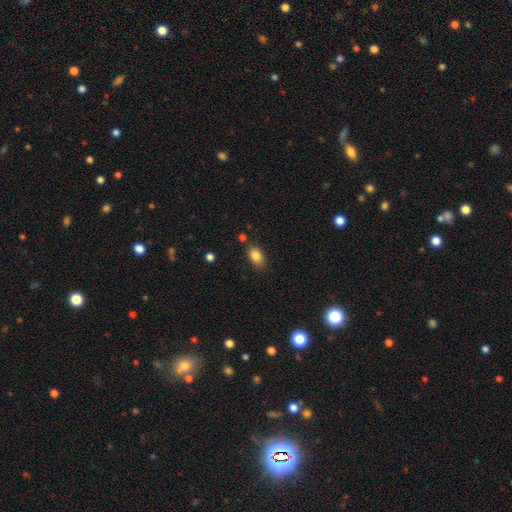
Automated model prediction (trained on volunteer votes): Smooth or featured?
  - smooth: 85% *
  - star or artifact: 9%
  - featured or disk: 7%
How rounded?
  - in between: 87% *
  - round: 10%
  - cigar-shaped: 3%
Merging?
  - none: 80% *
  - minor disturbance: 13%
  - merger: 5%
  - major disturbance: 3%